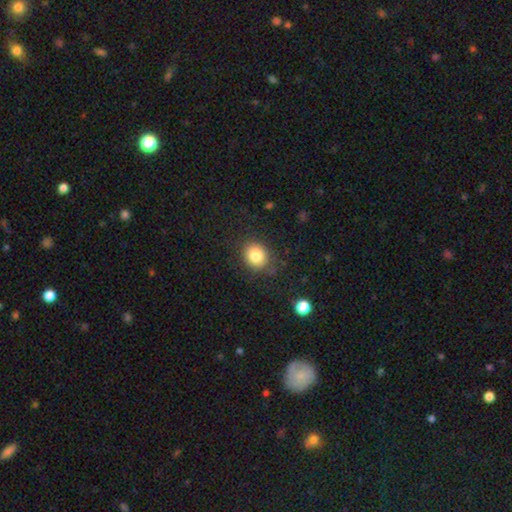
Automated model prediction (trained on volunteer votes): Smooth or featured? smooth (82%)
How rounded? round (73%)
Merging? none (83%)